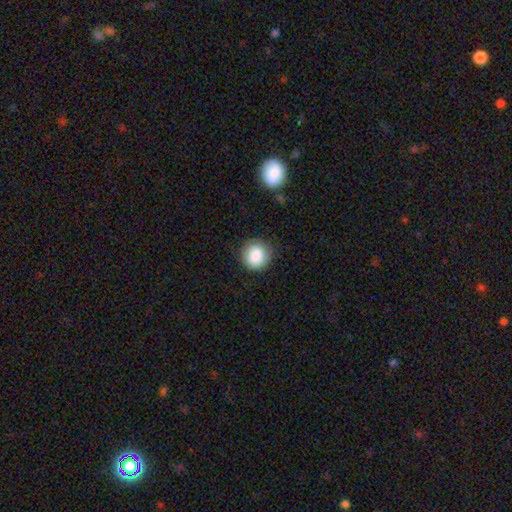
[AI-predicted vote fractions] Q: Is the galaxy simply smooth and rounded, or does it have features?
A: smooth — 86%.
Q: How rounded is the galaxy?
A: round — 90%.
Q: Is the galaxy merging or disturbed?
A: none — 86%.